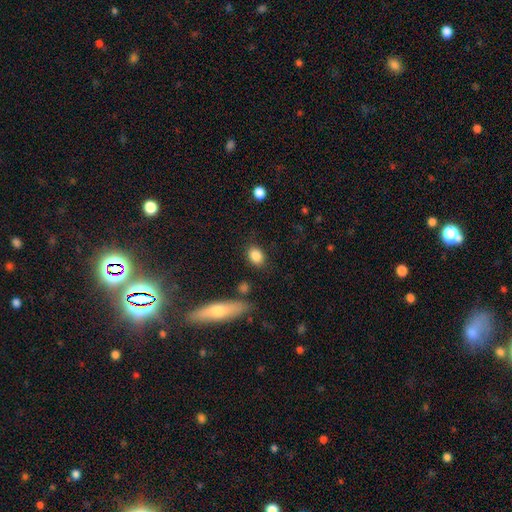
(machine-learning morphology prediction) Smooth or featured? Predicted: smooth (p=0.86). How rounded? Predicted: in between (p=0.69). Merging? Predicted: none (p=0.83).